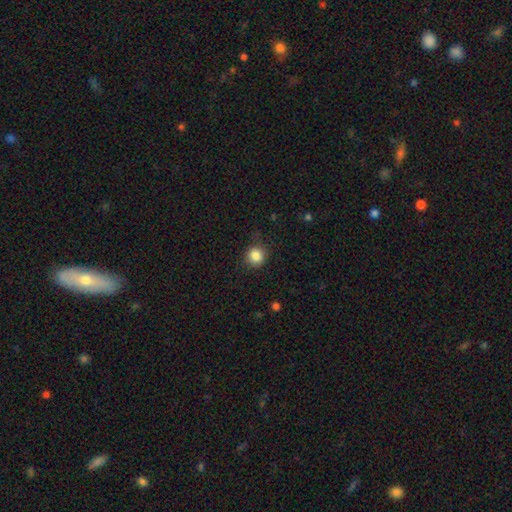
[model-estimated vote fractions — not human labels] This is clearly a smooth galaxy (85%). How rounded: clearly round (87%). Merging: likely none (79%).